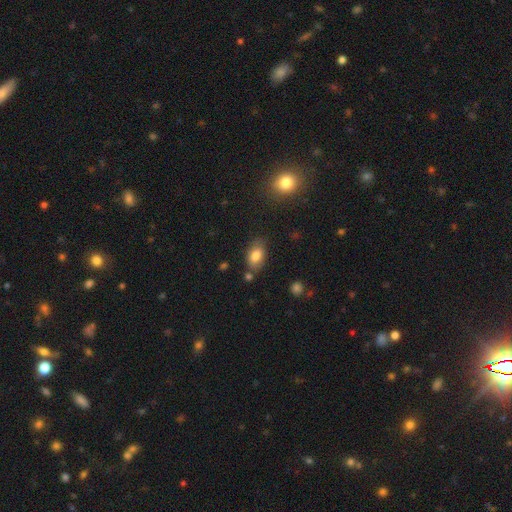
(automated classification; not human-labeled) Smooth or featured? Predicted: smooth (p=0.80). How rounded? Predicted: in between (p=0.90). Merging? Predicted: none (p=0.72).